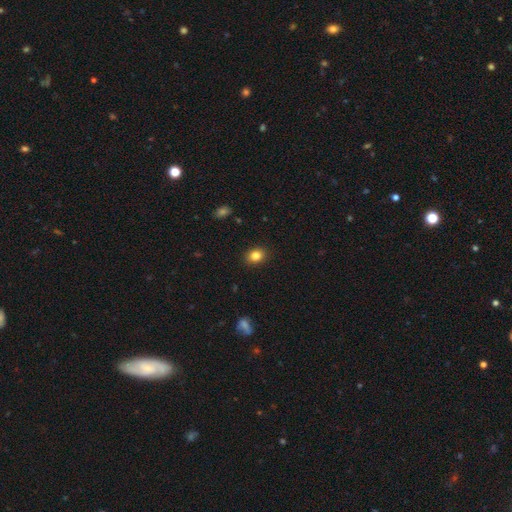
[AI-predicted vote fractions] Morphology: type=smooth (84%); roundness=round (52%); merging=none (89%).